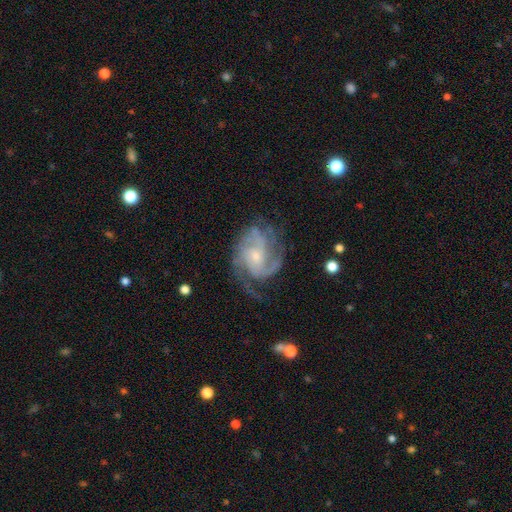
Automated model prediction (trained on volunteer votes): Smooth or featured? featured or disk (88%)
Edge-on disk? no (98%)
Bar? no (62%)
Spiral arms? yes (97%)
Spiral winding? medium (46%)
Spiral arm count? 3 (31%)
Bulge size? small (59%)
Merging? none (63%)